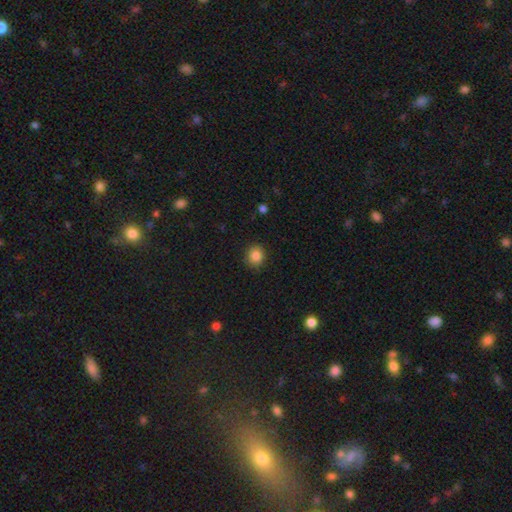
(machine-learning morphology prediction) Smooth or featured?
  - smooth: 85% *
  - star or artifact: 10%
  - featured or disk: 5%
How rounded?
  - round: 82% *
  - in between: 18%
  - cigar-shaped: 1%
Merging?
  - none: 90% *
  - minor disturbance: 7%
  - major disturbance: 2%
  - merger: 1%